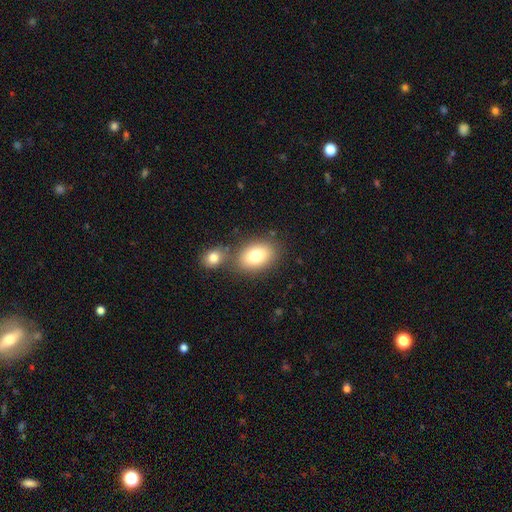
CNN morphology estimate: A smooth galaxy with no disk features (79%) that is in between round and cigar-shaped (83%). Merging: none (63%).